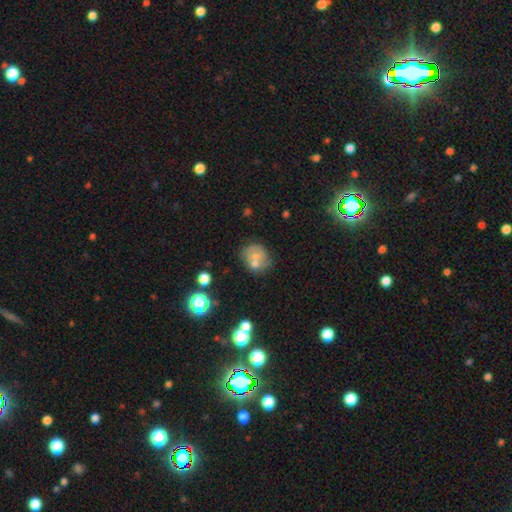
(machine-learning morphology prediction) This appears to be a smooth galaxy with no disk features (55%) that is round (67%). Merging: none (39%).